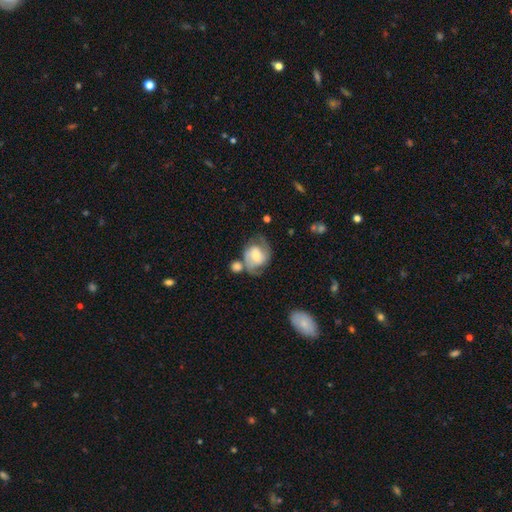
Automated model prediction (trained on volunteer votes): Smooth or featured? featured or disk (64%)
Edge-on disk? no (97%)
Bar? no (50%)
Spiral arms? yes (88%)
Spiral winding? medium (49%)
Spiral arm count? 2 (80%)
Bulge size? moderate (50%)
Merging? none (49%)